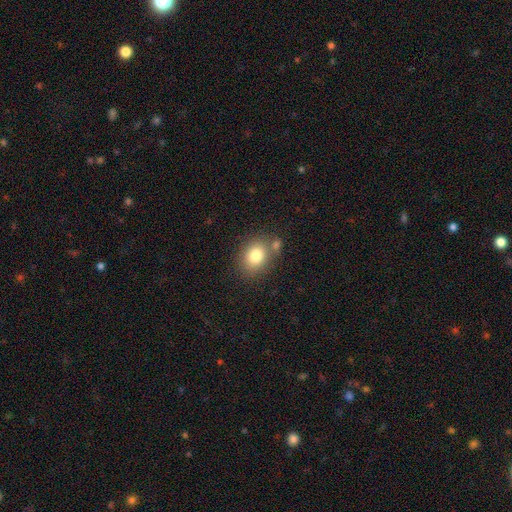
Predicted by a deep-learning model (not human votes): The model was most divided on "how rounded": in between: 58%, round: 41%, cigar-shaped: 1%. More confident: smooth or featured — smooth (80%); merging — none (69%).